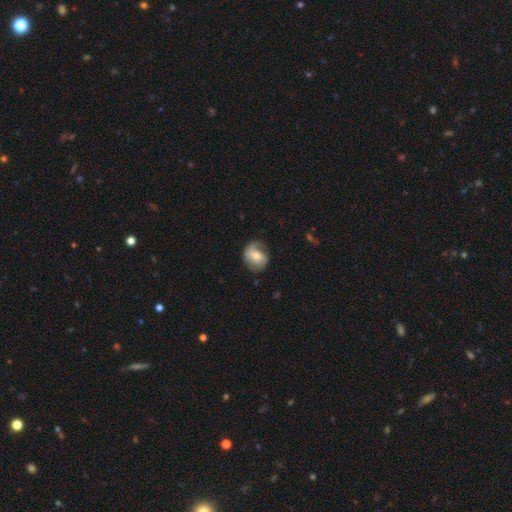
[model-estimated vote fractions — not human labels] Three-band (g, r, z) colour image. It shows a featured or disk galaxy (56%) with no bar (57%), spiral arms (82%) and a moderate central bulge (61%). Merging: none (62%).